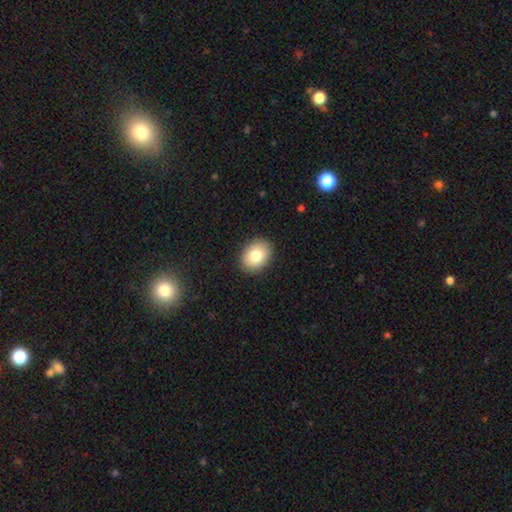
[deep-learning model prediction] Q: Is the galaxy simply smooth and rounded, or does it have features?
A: smooth — 82%.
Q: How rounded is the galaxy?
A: in between — 58%.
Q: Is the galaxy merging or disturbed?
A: none — 90%.